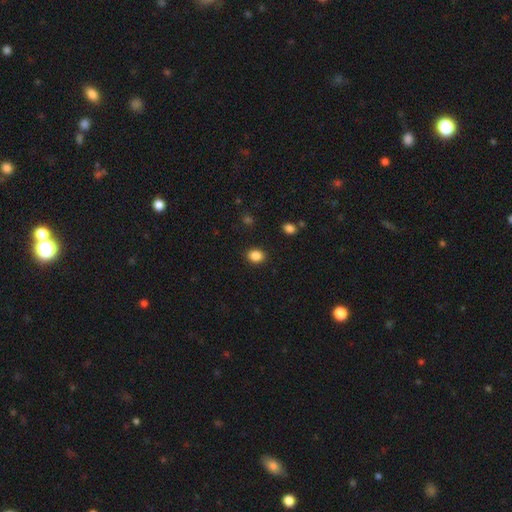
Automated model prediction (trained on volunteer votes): smooth 86%, star or artifact 10%, featured or disk 4%. Down the decision tree: how rounded — in between (51%); merging — none (88%).